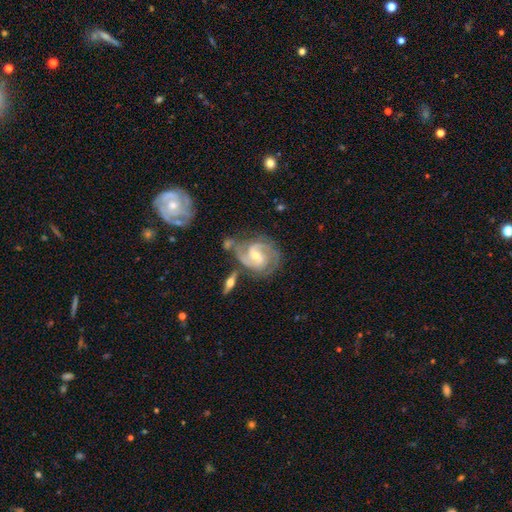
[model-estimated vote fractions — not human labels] Overall: featured or disk (89%). Edge-on disk: no (97%). Bar: weak (51%; no 30%). Spiral arms: yes (98%). Spiral arm count: 2 (62%). Spiral winding: medium (48%; tight 40%). Bulge size: small (51%; moderate 45%). Merging: none (53%; minor disturbance 22%).